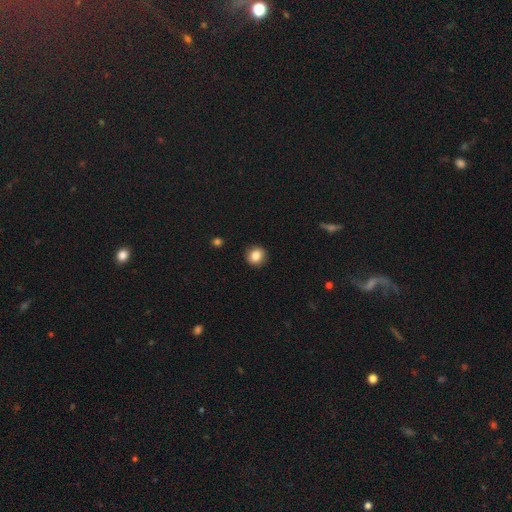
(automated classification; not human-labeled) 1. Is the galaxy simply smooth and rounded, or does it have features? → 84% smooth, 10% star or artifact, 6% featured or disk.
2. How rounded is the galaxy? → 89% round, 10% in between, 1% cigar-shaped.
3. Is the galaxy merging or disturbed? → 91% none, 6% minor disturbance, 2% major disturbance, 1% merger.